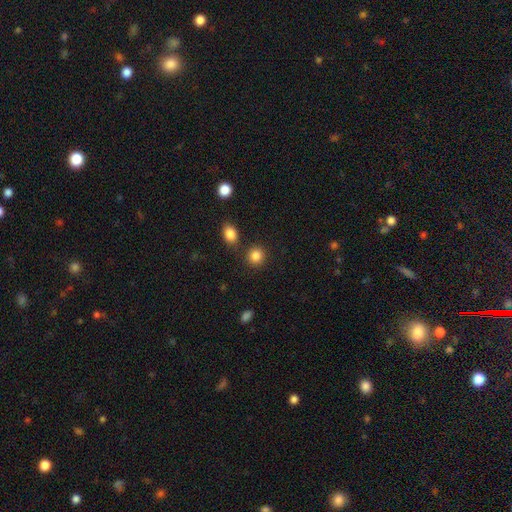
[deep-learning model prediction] This appears to be a smooth galaxy with no disk features (85%) that is round (87%). Merging: none (83%).